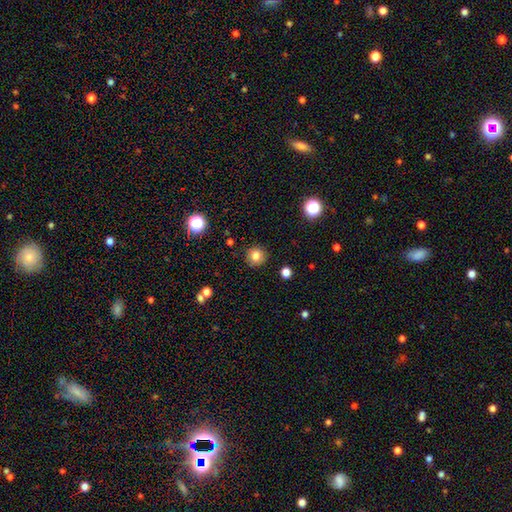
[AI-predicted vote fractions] This appears to be a smooth galaxy with no disk features (81%) that is round (93%). Merging: none (91%).